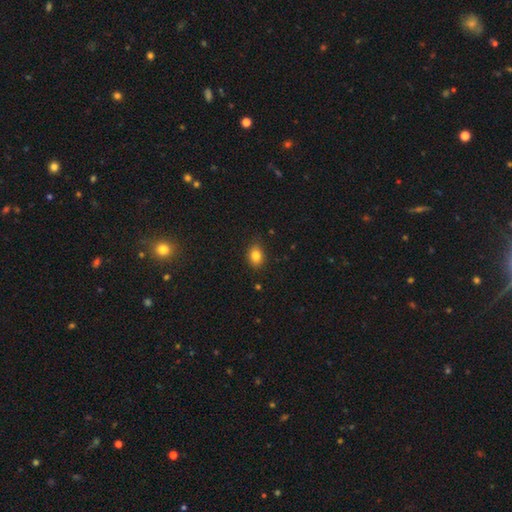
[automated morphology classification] smooth_or_featured: smooth (p=0.83) [alt: star or artifact p=0.10]
how_rounded: in between (p=0.71) [alt: round p=0.28]
merging: none (p=0.82) [alt: minor disturbance p=0.14]